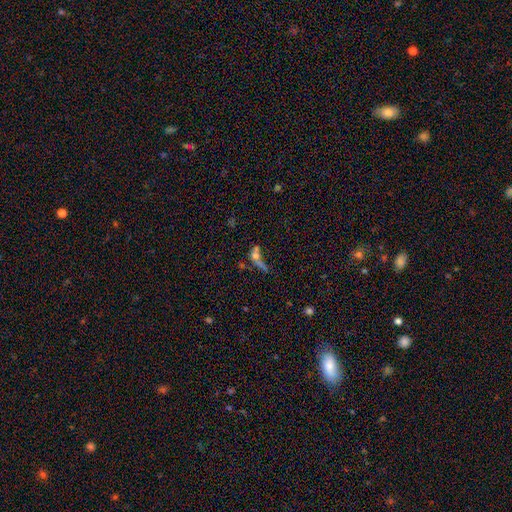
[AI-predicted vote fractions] A smooth galaxy with no disk features (47%). Merging: merger (38%).